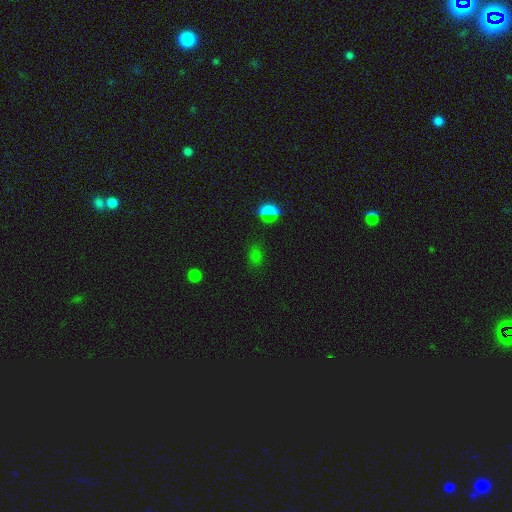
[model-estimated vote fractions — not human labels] Smooth or featured?
  - smooth: 65% *
  - star or artifact: 30%
  - featured or disk: 6%
How rounded?
  - in between: 69% *
  - round: 27%
  - cigar-shaped: 4%
Merging?
  - none: 79% *
  - minor disturbance: 14%
  - major disturbance: 5%
  - merger: 2%